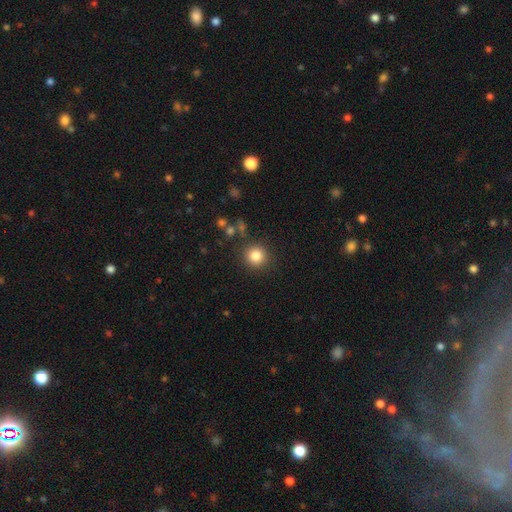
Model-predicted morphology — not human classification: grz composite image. It shows a smooth galaxy with no disk features (83%) that is round (93%). Merging: none (87%).